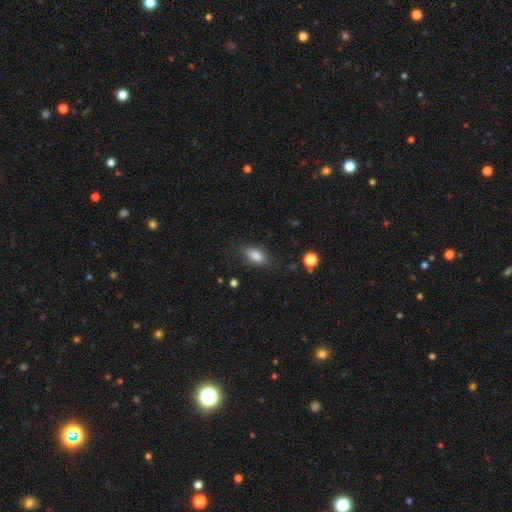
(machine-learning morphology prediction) smooth-or-featured: smooth: 83% | featured or disk: 9% | star or artifact: 8%
  how-rounded: in between: 82% | cigar-shaped: 13% | round: 4%
  merging: none: 77% | minor disturbance: 16% | major disturbance: 5% | merger: 2%